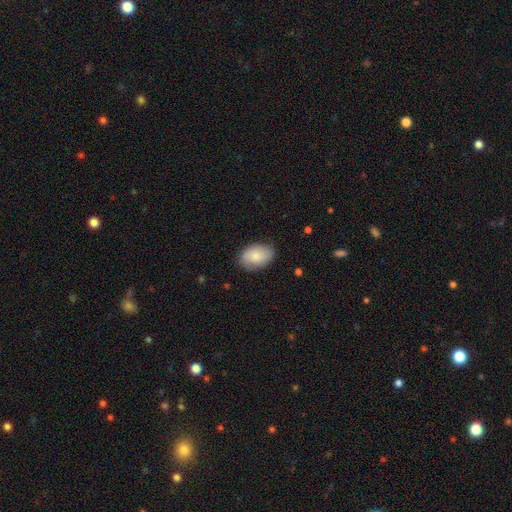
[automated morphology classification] smooth_or_featured: smooth (p=0.81) [alt: featured or disk p=0.13]
how_rounded: in between (p=0.89) [alt: round p=0.10]
merging: none (p=0.80) [alt: minor disturbance p=0.16]